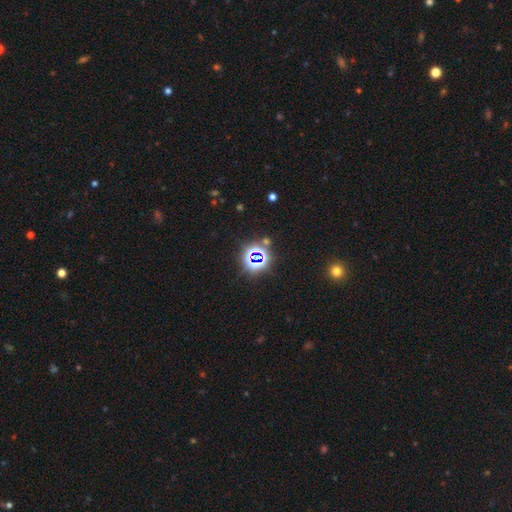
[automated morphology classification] Smooth or featured: star or artifact — 74% (smooth — 17%)